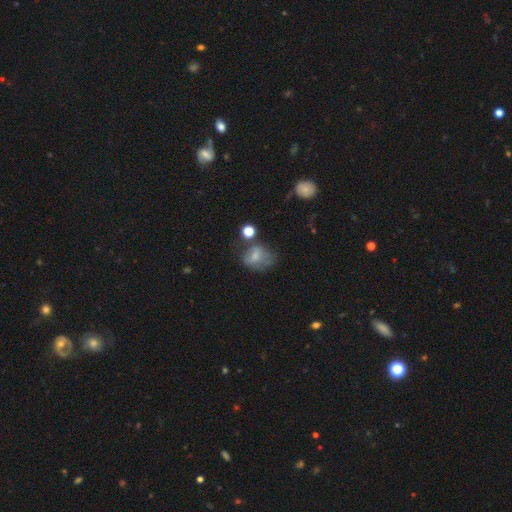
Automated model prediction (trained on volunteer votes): The model was most divided on "merging": none: 33%, major disturbance: 29%, minor disturbance: 28%, merger: 11%. More confident: smooth or featured — smooth (60%); how rounded — in between (60%).